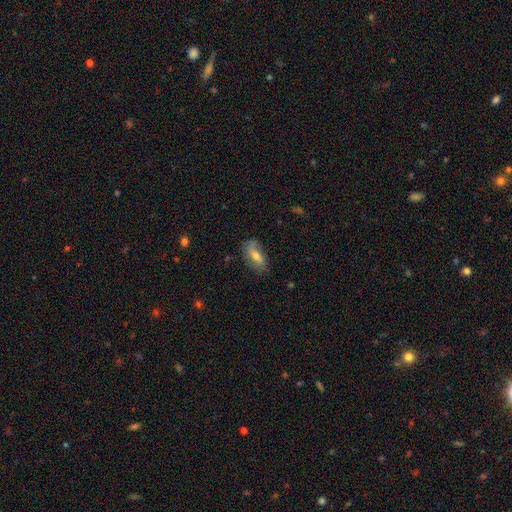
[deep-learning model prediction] Overall: smooth (52%; featured or disk 38%). How rounded: in between (81%). Merging: none (72%).